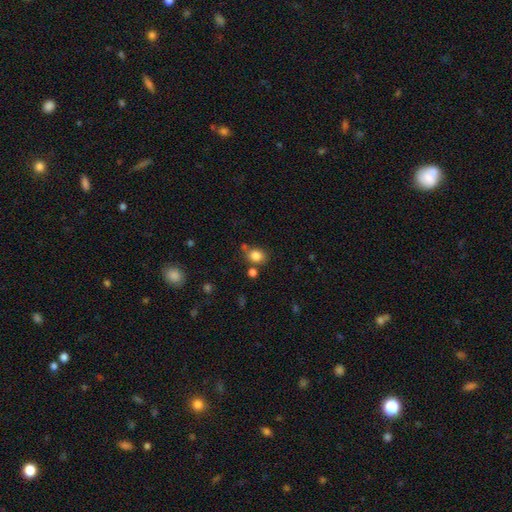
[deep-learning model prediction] Overall: smooth (83%). How rounded: round (55%; in between 44%). Merging: none (69%).